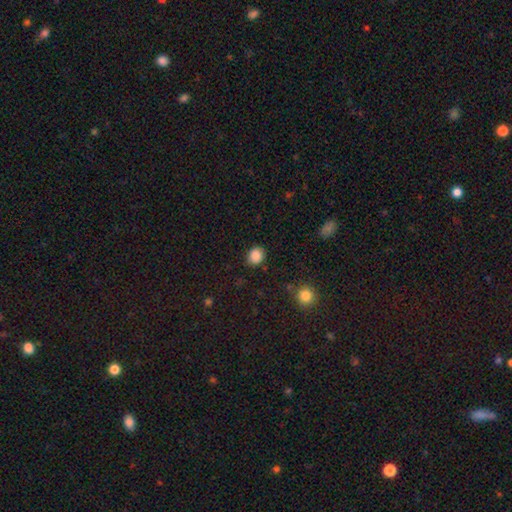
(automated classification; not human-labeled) Smooth or featured? smooth (87%)
How rounded? round (68%)
Merging? none (86%)